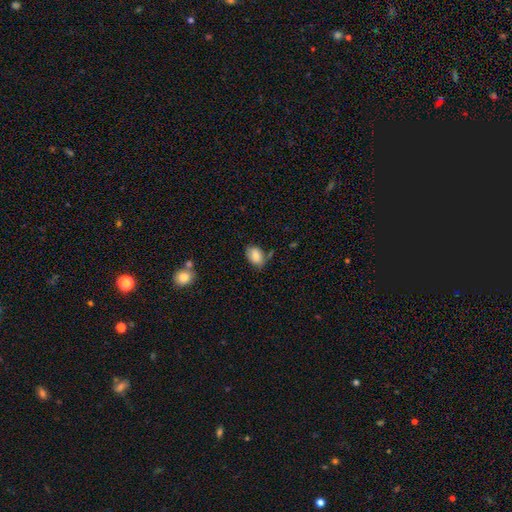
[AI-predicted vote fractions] Q: Smooth or featured?
A: smooth (83%); runner-up: featured or disk (9%)
Q: How rounded?
A: in between (85%); runner-up: round (14%)
Q: Merging?
A: none (66%); runner-up: minor disturbance (23%)